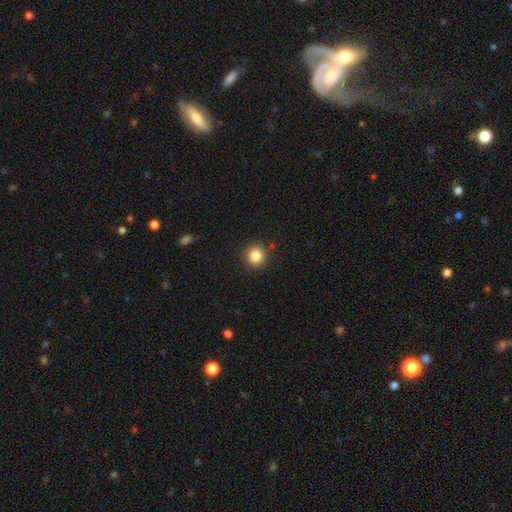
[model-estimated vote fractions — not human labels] Q: Smooth or featured?
A: smooth (84%); runner-up: star or artifact (11%)
Q: How rounded?
A: round (94%); runner-up: in between (6%)
Q: Merging?
A: none (89%); runner-up: minor disturbance (7%)